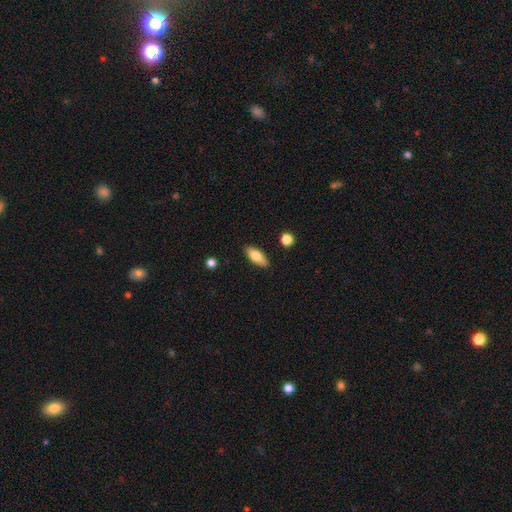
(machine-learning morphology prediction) smooth 71%, featured or disk 23%, star or artifact 6%. Down the decision tree: how rounded — in between (76%); merging — none (86%).